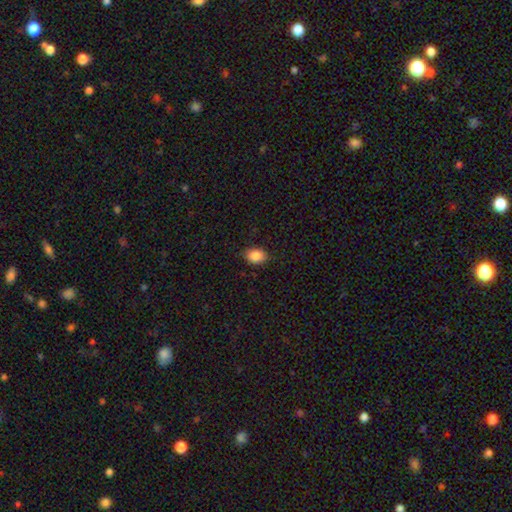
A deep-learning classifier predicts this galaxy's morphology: Smooth or featured? smooth (87%)
How rounded? in between (71%)
Merging? none (84%)